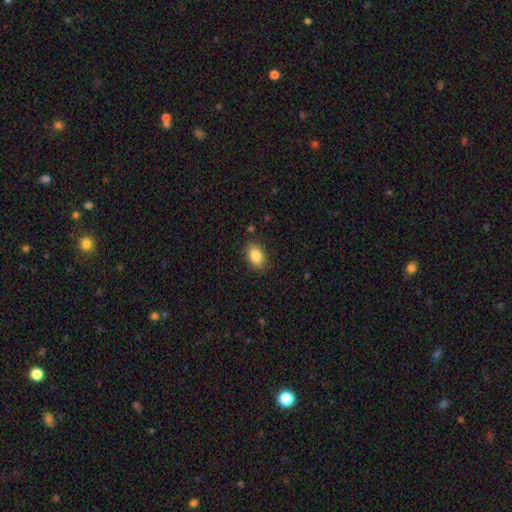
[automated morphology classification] This is clearly a smooth galaxy (86%). How rounded: clearly in between (87%). Merging: clearly none (86%).